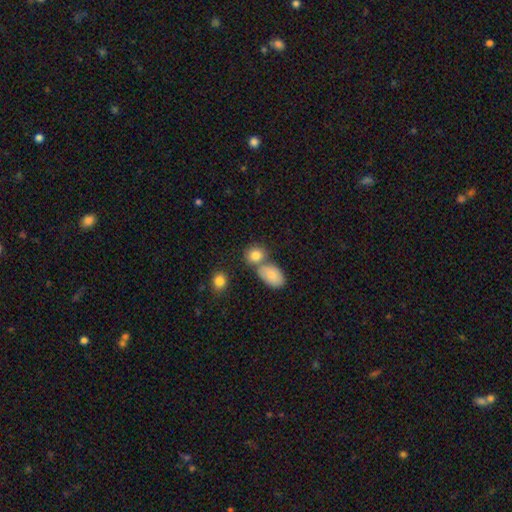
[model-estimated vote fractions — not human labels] smooth 83%, star or artifact 9%, featured or disk 8%. Down the decision tree: how rounded — round (59%); merging — none (52%).